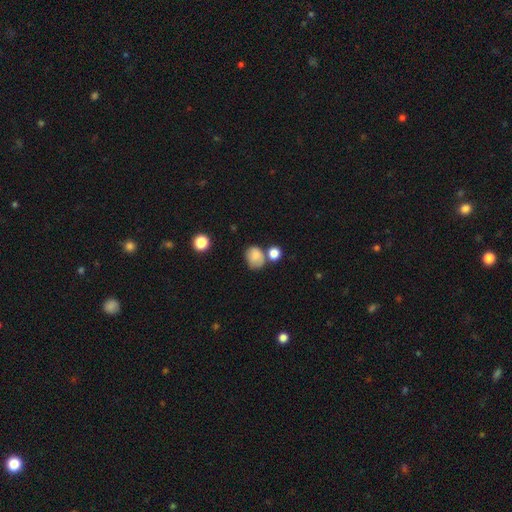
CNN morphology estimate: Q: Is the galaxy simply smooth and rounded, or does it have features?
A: smooth — 79%.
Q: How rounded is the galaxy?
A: round — 50%.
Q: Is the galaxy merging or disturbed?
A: none — 50%.